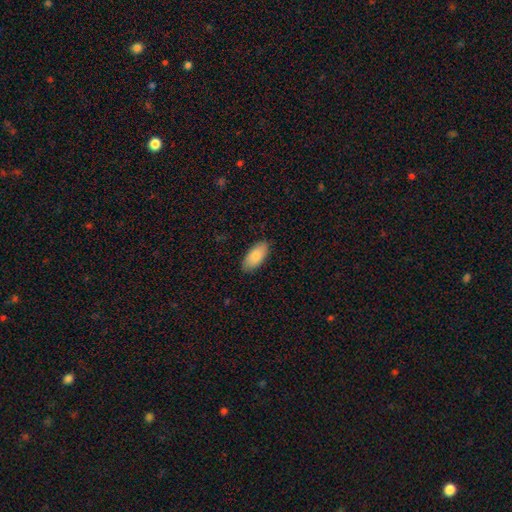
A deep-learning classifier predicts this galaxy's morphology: Overall: smooth (86%). How rounded: in between (91%). Merging: none (87%).